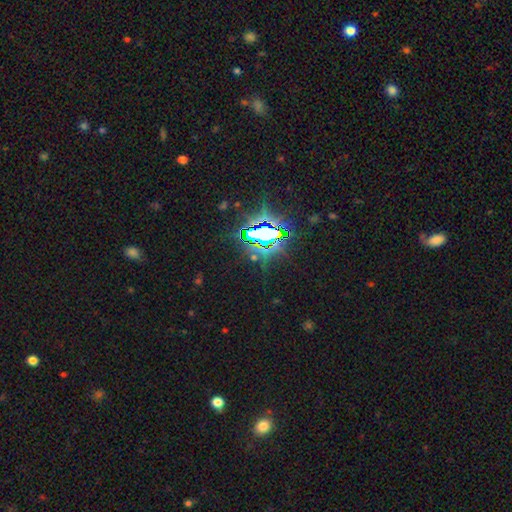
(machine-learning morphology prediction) A star or artifact, not a galaxy (80%).